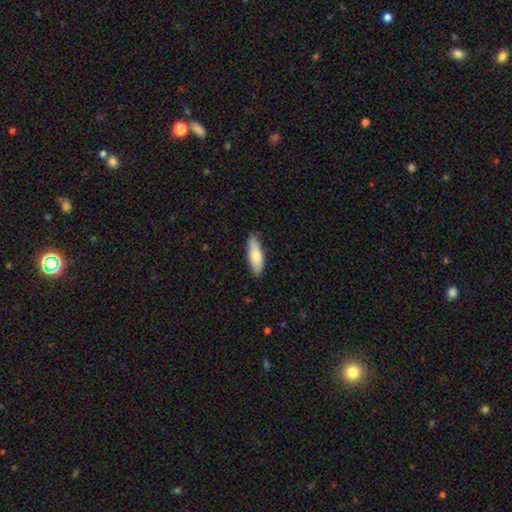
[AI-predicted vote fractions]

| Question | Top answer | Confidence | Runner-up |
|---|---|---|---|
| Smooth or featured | smooth | 76% | featured or disk (19%) |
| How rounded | in between | 58% | cigar-shaped (40%) |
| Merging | none | 81% | minor disturbance (16%) |